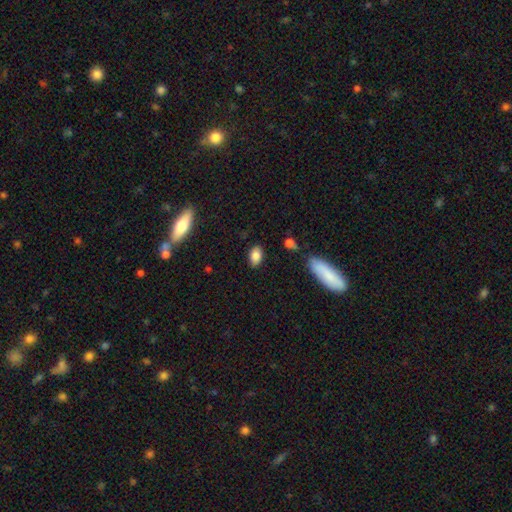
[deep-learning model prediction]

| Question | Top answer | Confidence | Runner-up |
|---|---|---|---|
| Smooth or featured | smooth | 85% | star or artifact (8%) |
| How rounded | in between | 89% | round (9%) |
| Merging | none | 85% | minor disturbance (11%) |